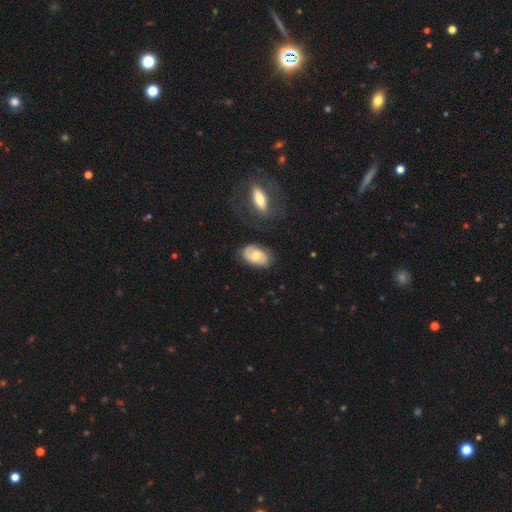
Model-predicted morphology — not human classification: type=featured or disk (56%); edge-on=no (94%); bar=no (63%); spiral arms=yes (81%); bulge=moderate (68%); merging=none (76%).